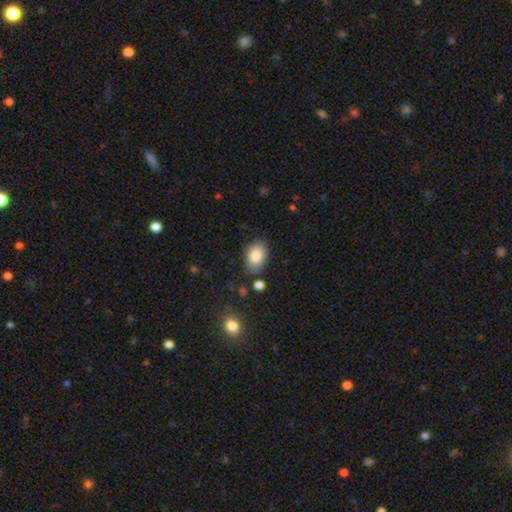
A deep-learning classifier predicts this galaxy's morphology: smooth-or-featured: smooth: 84% | featured or disk: 8% | star or artifact: 7%
  how-rounded: in between: 86% | round: 13% | cigar-shaped: 1%
  merging: none: 79% | minor disturbance: 15% | major disturbance: 4% | merger: 3%